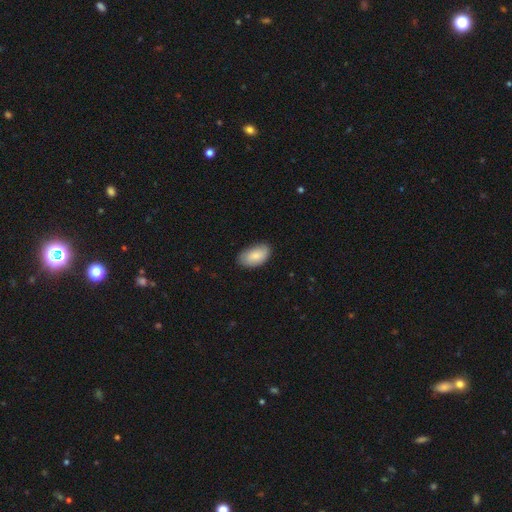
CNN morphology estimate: smooth-or-featured: smooth: 84% | featured or disk: 11% | star or artifact: 6%
  how-rounded: in between: 95% | round: 3% | cigar-shaped: 2%
  merging: none: 81% | minor disturbance: 15% | major disturbance: 3% | merger: 1%